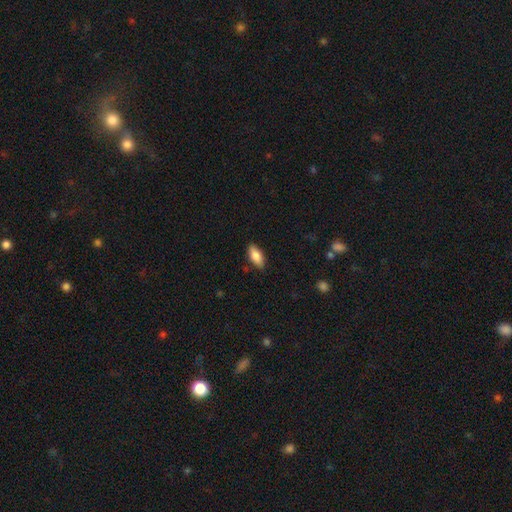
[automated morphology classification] Smooth or featured: smooth — 82% (featured or disk — 11%)
How rounded: in between — 83% (cigar-shaped — 14%)
Merging: none — 84% (minor disturbance — 12%)